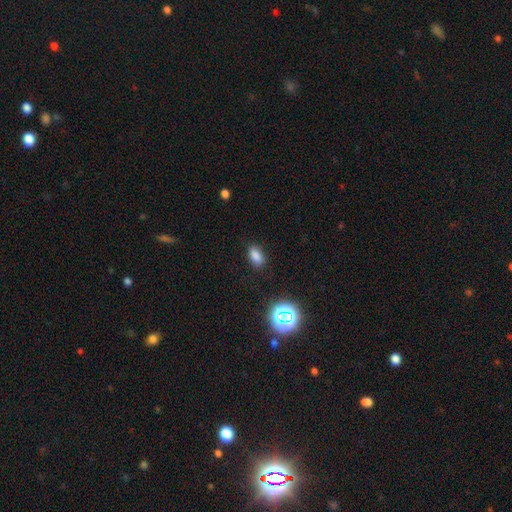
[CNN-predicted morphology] Smooth or featured: smooth — 80% (star or artifact — 15%)
How rounded: in between — 88% (round — 8%)
Merging: none — 84% (minor disturbance — 11%)